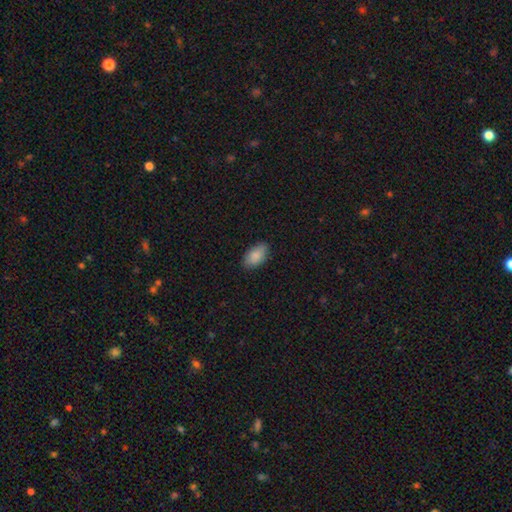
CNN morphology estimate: smooth-or-featured: smooth: 87% | star or artifact: 6% | featured or disk: 6%
  how-rounded: in between: 94% | round: 4% | cigar-shaped: 2%
  merging: none: 83% | minor disturbance: 13% | major disturbance: 2% | merger: 1%